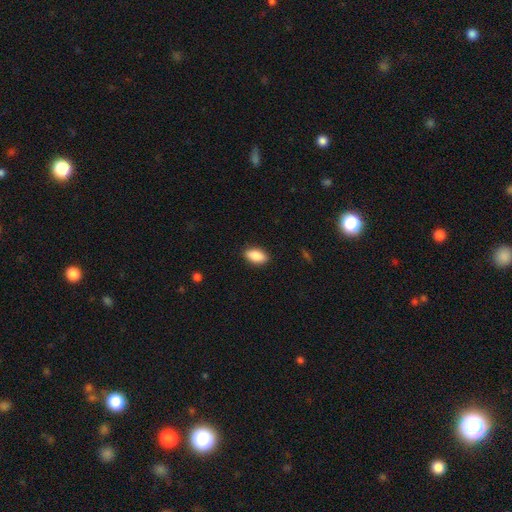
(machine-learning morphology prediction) Smooth or featured: smooth — 86% (star or artifact — 7%)
How rounded: in between — 91% (cigar-shaped — 5%)
Merging: none — 88% (minor disturbance — 9%)